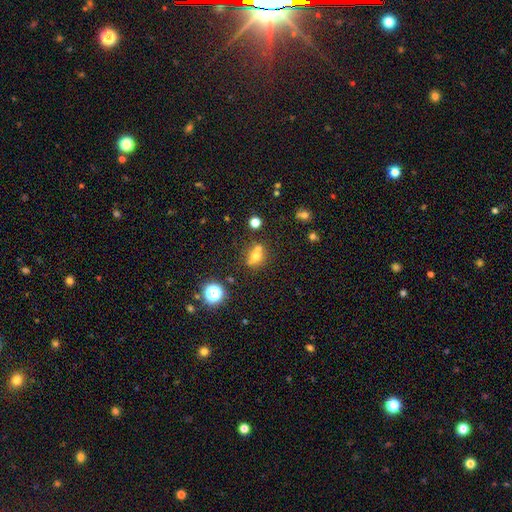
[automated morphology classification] A smooth galaxy with no disk features (60%) that is round (58%). Merging: none (49%).